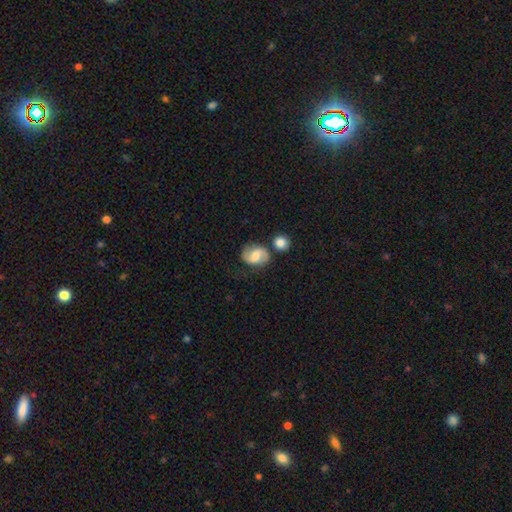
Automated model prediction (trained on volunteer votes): smooth_or_featured: featured or disk (p=0.64) [alt: smooth p=0.28]
disk_edge_on: no (p=0.98) [alt: yes p=0.02]
bar: weak (p=0.48) [alt: no p=0.40]
has_spiral_arms: yes (p=0.93) [alt: no p=0.07]
spiral_winding: medium (p=0.49) [alt: loose p=0.32]
spiral_arm_count: 2 (p=0.91) [alt: can't tell p=0.04]
bulge_size: moderate (p=0.47) [alt: small p=0.19]
merging: none (p=0.68) [alt: minor disturbance p=0.16]